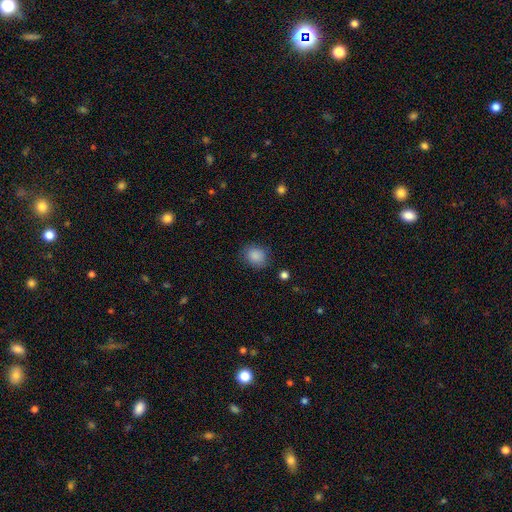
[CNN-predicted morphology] The model was most divided on "how rounded": round: 63%, in between: 36%, cigar-shaped: 1%. More confident: smooth or featured — smooth (87%); merging — none (80%).